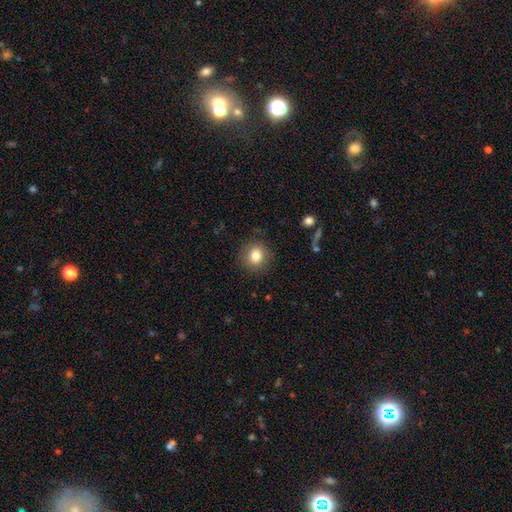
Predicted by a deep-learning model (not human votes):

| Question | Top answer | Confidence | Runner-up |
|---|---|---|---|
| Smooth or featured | smooth | 82% | star or artifact (10%) |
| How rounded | round | 85% | in between (14%) |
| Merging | none | 86% | minor disturbance (9%) |